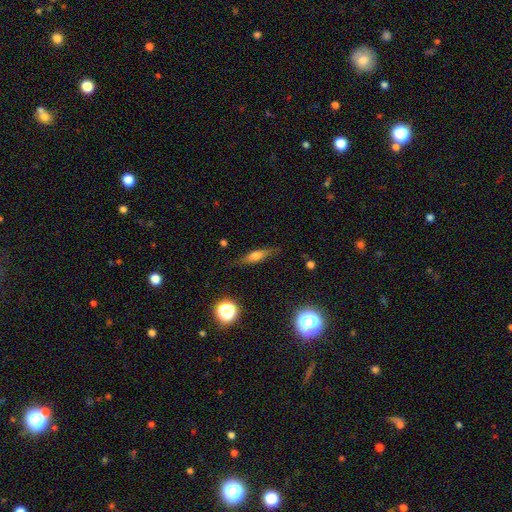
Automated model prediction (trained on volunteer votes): Smooth or featured? Predicted: smooth (p=0.51). How rounded? Predicted: cigar-shaped (p=0.57). Merging? Predicted: none (p=0.80).